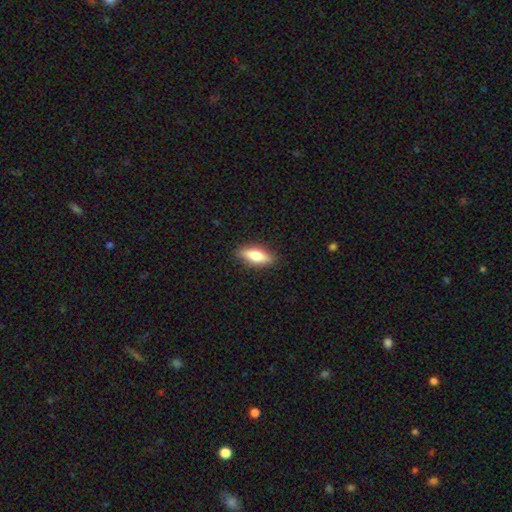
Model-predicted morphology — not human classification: Smooth or featured: smooth — 65% (featured or disk — 29%)
How rounded: in between — 57% (cigar-shaped — 41%)
Merging: none — 88% (minor disturbance — 9%)